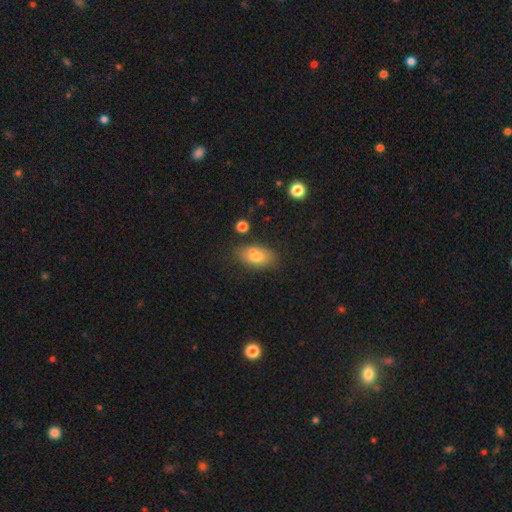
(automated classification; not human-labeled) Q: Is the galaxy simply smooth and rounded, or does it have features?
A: smooth — 72%.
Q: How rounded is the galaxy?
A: in between — 87%.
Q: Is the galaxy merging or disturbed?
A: none — 61%.